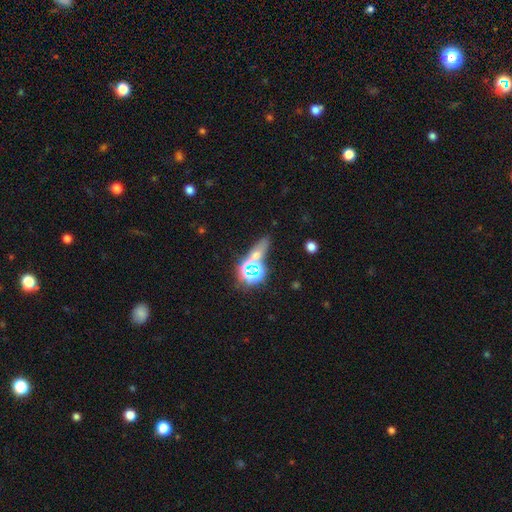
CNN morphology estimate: star or artifact 44%, smooth 41%, featured or disk 15%.